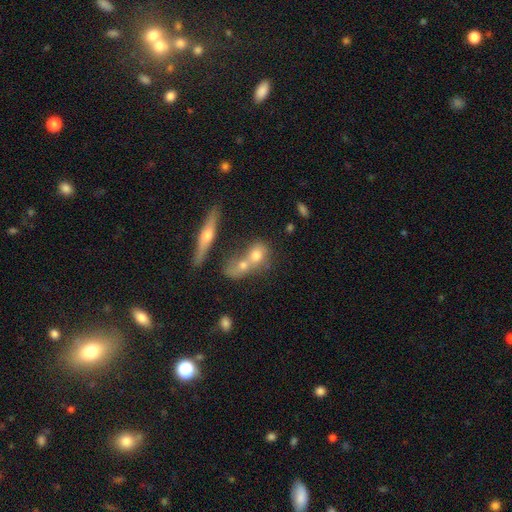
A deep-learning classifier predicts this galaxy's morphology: Smooth or featured? smooth (60%)
How rounded? round (47%)
Merging? merger (53%)